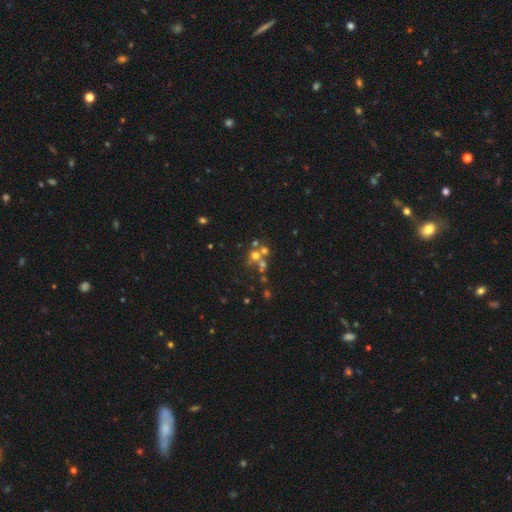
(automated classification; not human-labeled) Morphology: type=smooth (47%); merging=none (43%).